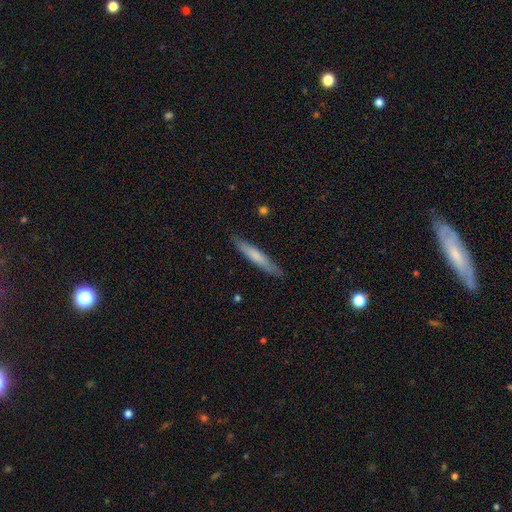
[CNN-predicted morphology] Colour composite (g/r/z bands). It shows a smooth galaxy with no disk features (67%) that is cigar-shaped (92%). Merging: none (86%).